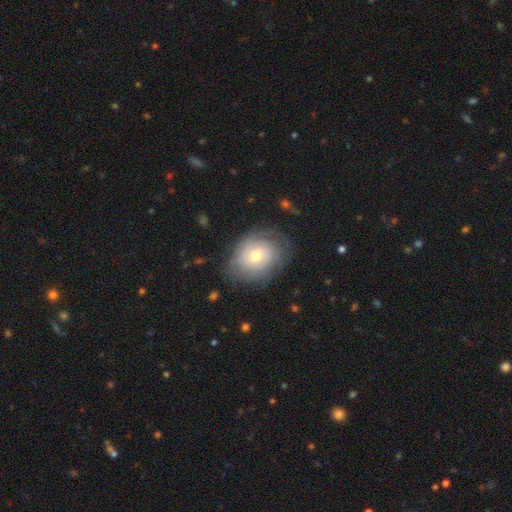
This appears to be a featured or disk galaxy (57%) with no bar (75%), tight (57%) spiral arms (70%) and a small central bulge (50%). Merging: none (69%).